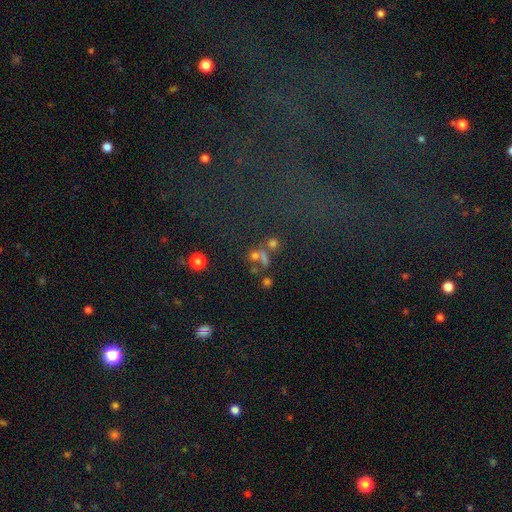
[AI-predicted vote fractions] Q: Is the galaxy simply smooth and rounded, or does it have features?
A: smooth — 50%.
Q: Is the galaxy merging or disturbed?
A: none — 45%.